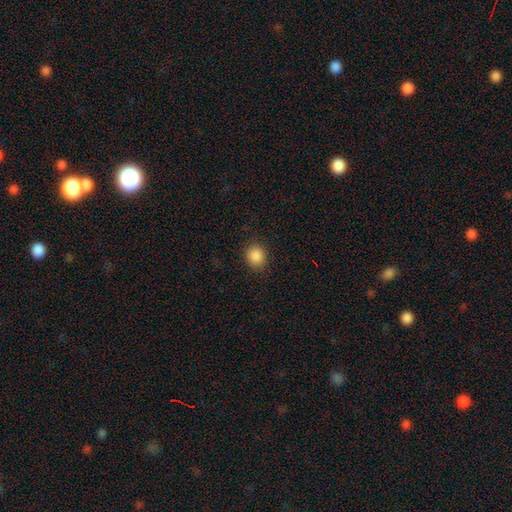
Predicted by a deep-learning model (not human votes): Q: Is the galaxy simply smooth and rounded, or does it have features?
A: smooth — 88%.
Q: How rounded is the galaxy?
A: round — 76%.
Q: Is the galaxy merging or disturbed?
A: none — 88%.